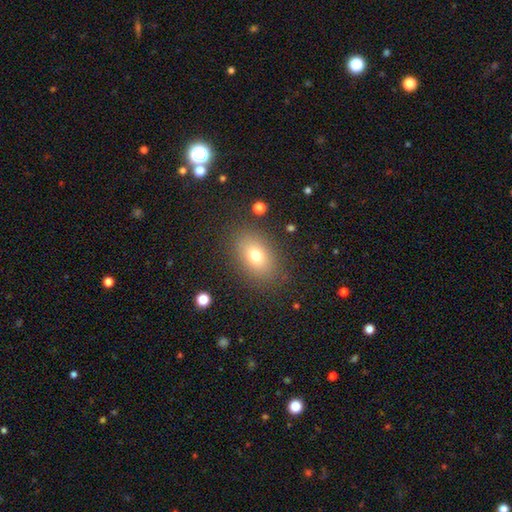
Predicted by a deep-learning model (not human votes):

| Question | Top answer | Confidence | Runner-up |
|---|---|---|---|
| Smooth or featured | smooth | 74% | featured or disk (14%) |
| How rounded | in between | 79% | round (19%) |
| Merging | none | 84% | minor disturbance (10%) |